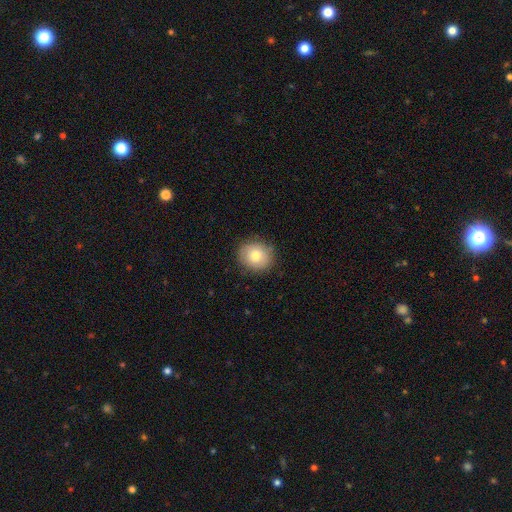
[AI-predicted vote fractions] This is likely a smooth galaxy (78%). How rounded: likely round (78%). Merging: clearly none (85%).